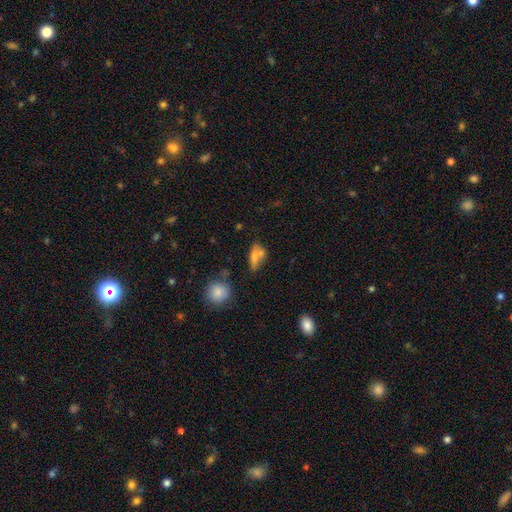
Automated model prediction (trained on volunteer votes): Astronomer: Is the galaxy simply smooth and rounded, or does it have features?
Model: smooth — 68%.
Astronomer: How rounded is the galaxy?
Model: in between — 72%.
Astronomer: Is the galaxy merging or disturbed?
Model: none — 39% (runner-up: merger, 30%).